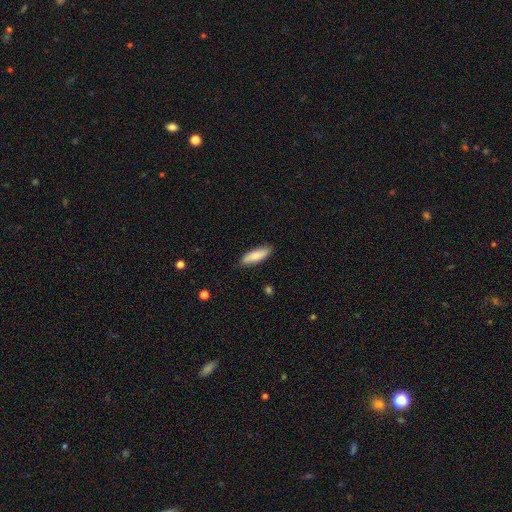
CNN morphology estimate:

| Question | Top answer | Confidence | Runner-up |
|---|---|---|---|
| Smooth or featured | smooth | 80% | featured or disk (14%) |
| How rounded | in between | 54% | cigar-shaped (44%) |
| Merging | none | 86% | minor disturbance (11%) |